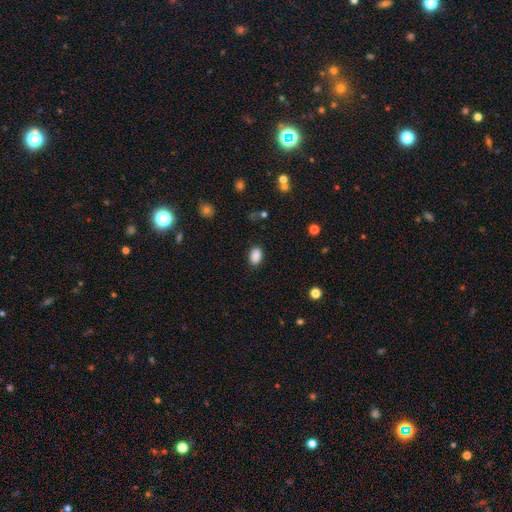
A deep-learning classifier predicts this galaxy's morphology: The model was most divided on "how rounded": in between: 82%, round: 17%, cigar-shaped: 1%. More confident: smooth or featured — smooth (88%); merging — none (85%).